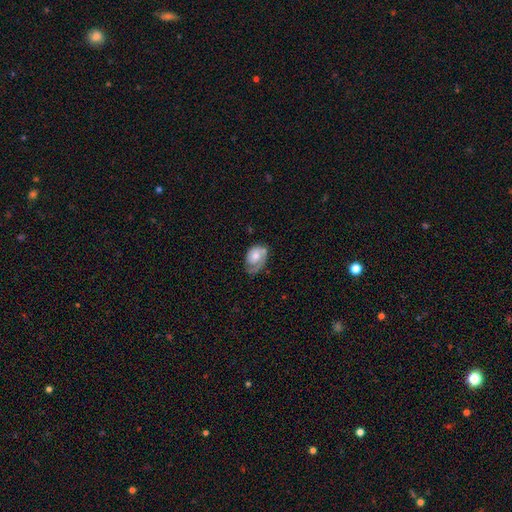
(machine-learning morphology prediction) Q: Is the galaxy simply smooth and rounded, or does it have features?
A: featured or disk — 61%.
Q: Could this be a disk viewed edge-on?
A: no — 96%.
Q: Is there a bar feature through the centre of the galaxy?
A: no — 76%.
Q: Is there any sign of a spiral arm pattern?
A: yes — 84%.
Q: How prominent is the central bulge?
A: moderate — 56%.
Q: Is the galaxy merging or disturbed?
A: none — 47%.